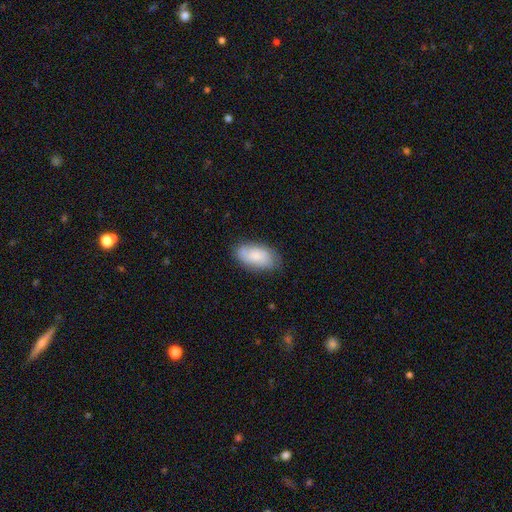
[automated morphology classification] A smooth galaxy with no disk features (73%) that is in between round and cigar-shaped (94%).

Vote fractions:
- Smooth or featured? smooth: 73% / featured or disk: 20% / star or artifact: 7%
- How rounded? in between: 94% / round: 4% / cigar-shaped: 2%
- Merging? none: 70% / minor disturbance: 22% / major disturbance: 5% / merger: 3%